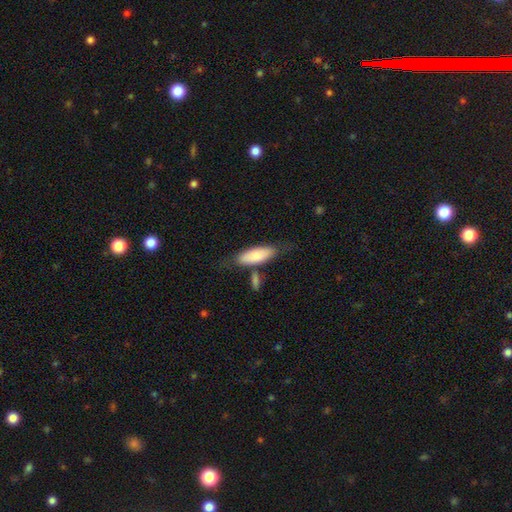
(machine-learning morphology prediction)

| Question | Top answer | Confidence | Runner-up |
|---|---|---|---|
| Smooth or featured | smooth | 82% | featured or disk (13%) |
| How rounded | in between | 72% | cigar-shaped (26%) |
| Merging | none | 61% | minor disturbance (19%) |